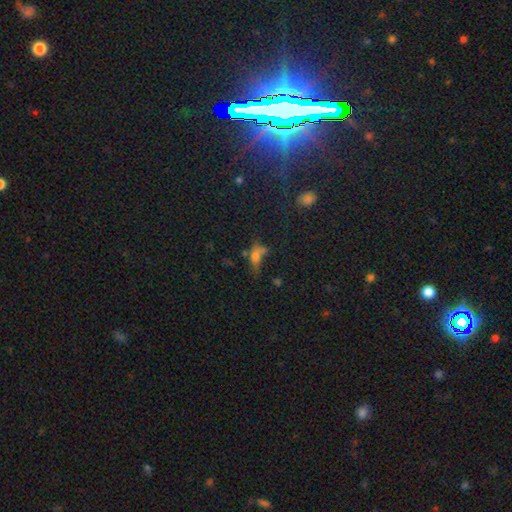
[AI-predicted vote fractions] This appears to be a smooth galaxy with no disk features (54%) that is in between round and cigar-shaped (68%). Merging: major disturbance (35%).